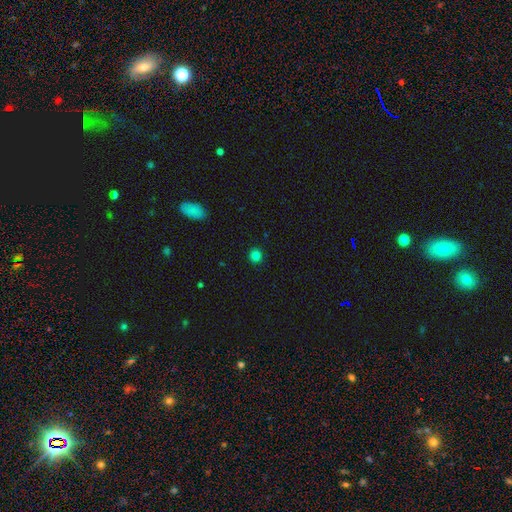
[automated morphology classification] smooth-or-featured: smooth: 82% | star or artifact: 14% | featured or disk: 4%
  how-rounded: round: 91% | in between: 8% | cigar-shaped: 1%
  merging: none: 92% | minor disturbance: 6% | major disturbance: 2% | merger: 1%